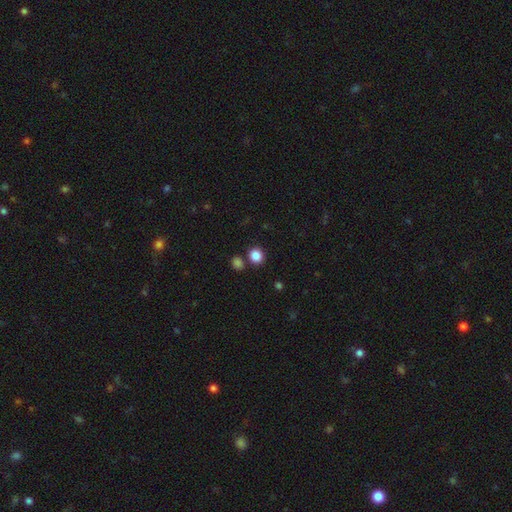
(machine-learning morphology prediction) smooth 86%, star or artifact 11%, featured or disk 4%. Down the decision tree: how rounded — round (81%); merging — none (78%).